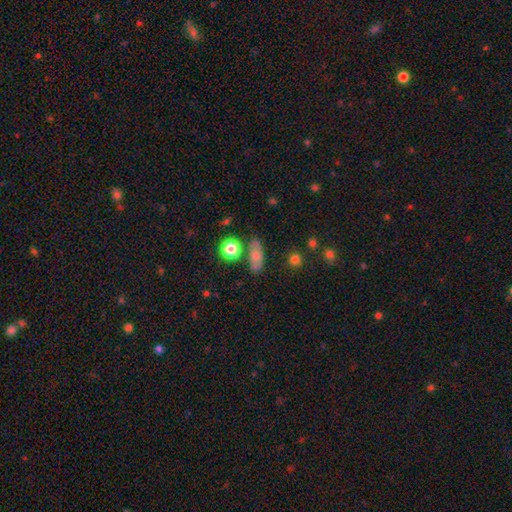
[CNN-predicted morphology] Overall: smooth (70%). How rounded: in between (66%). Merging: none (75%).